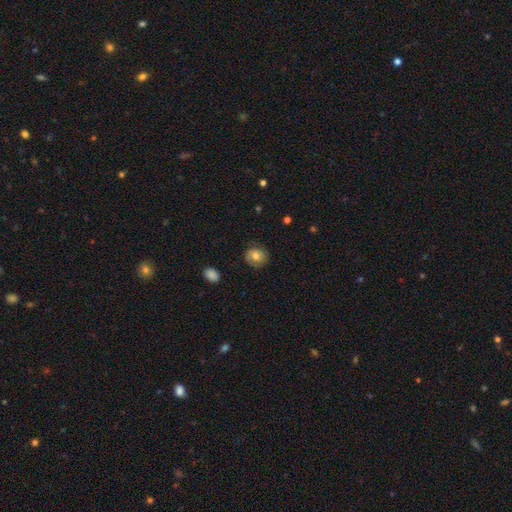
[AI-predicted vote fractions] Q: Smooth or featured?
A: smooth (60%); runner-up: featured or disk (31%)
Q: How rounded?
A: round (75%); runner-up: in between (24%)
Q: Merging?
A: none (79%); runner-up: minor disturbance (15%)